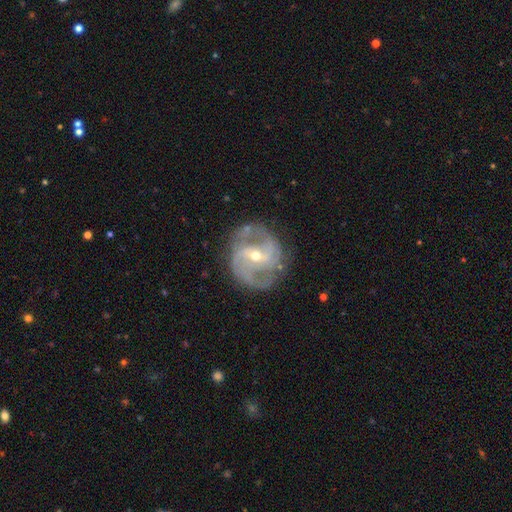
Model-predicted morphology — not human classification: Smooth or featured: featured or disk — 89% (star or artifact — 6%)
Edge-on disk: no — 98% (yes — 2%)
Bar: weak — 45% (no — 31%)
Spiral arms: yes — 97% (no — 3%)
Spiral winding: medium — 54% (tight — 29%)
Spiral arm count: 2 — 66% (3 — 16%)
Bulge size: small — 52% (moderate — 45%)
Merging: none — 74% (minor disturbance — 17%)